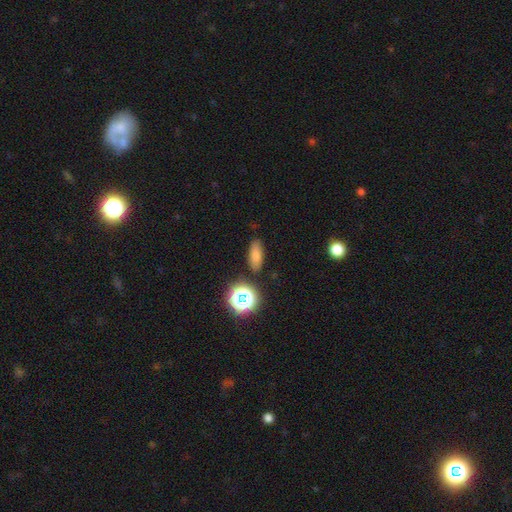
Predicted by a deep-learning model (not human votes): smooth 76%, star or artifact 16%, featured or disk 8%. Down the decision tree: how rounded — in between (72%); merging — none (84%).